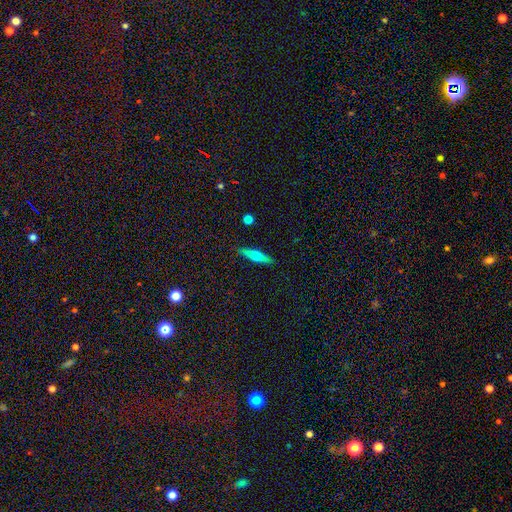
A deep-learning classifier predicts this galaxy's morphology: smooth_or_featured: smooth (p=0.52) [alt: featured or disk p=0.41]
how_rounded: cigar-shaped (p=0.84) [alt: in between p=0.14]
merging: none (p=0.89) [alt: minor disturbance p=0.08]